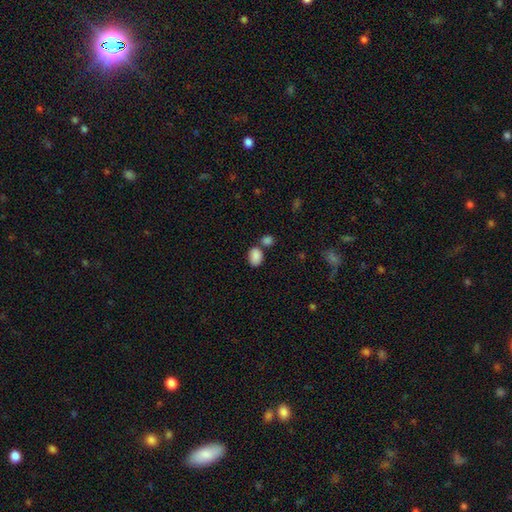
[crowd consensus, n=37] A smooth galaxy with no disk features (95%) that is in between round and cigar-shaped (77%). Merging: none (58%).